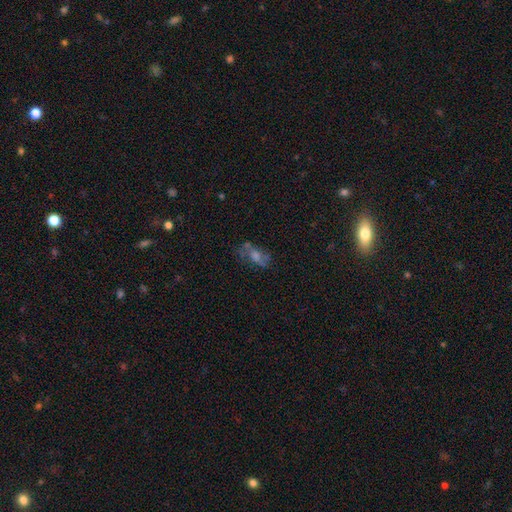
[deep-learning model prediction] Smooth or featured: featured or disk — 51% (smooth — 26%)
Edge-on disk: no — 86% (yes — 14%)
Merging: none — 61% (minor disturbance — 20%)